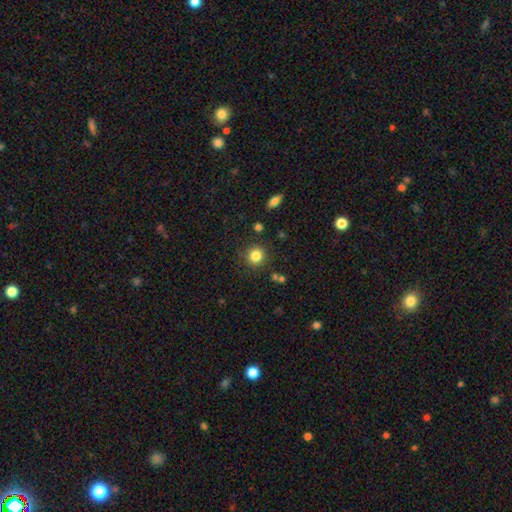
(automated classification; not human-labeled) smooth-or-featured: smooth: 83% | star or artifact: 11% | featured or disk: 5%
  how-rounded: round: 89% | in between: 10% | cigar-shaped: 1%
  merging: none: 86% | minor disturbance: 8% | major disturbance: 3% | merger: 3%